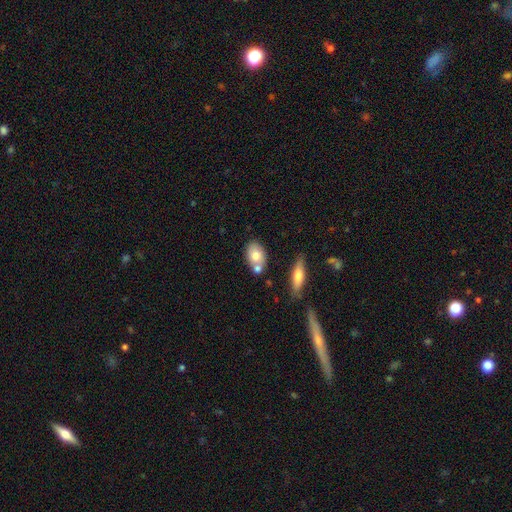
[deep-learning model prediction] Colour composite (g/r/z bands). It shows a smooth galaxy with no disk features (72%) that is in between round and cigar-shaped (81%). Merging: none (56%).